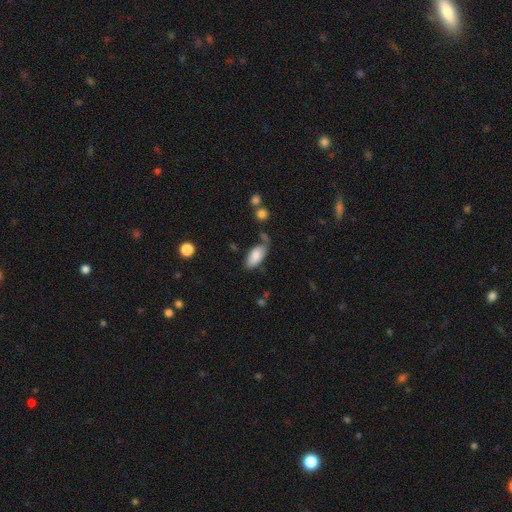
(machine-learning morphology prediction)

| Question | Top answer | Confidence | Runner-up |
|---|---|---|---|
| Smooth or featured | smooth | 83% | featured or disk (10%) |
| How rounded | in between | 92% | cigar-shaped (6%) |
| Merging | none | 58% | minor disturbance (25%) |